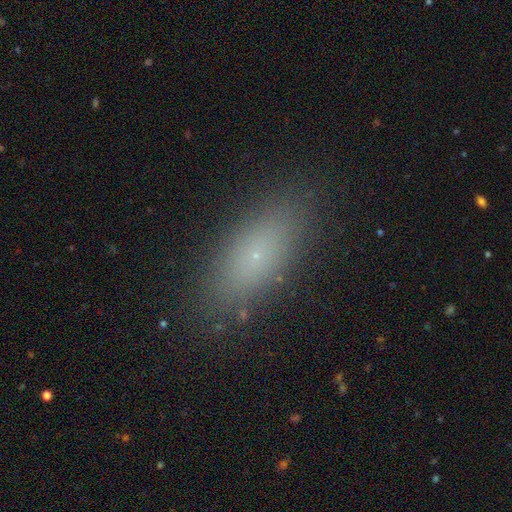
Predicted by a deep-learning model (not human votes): Smooth or featured? Predicted: smooth (p=0.69). How rounded? Predicted: in between (p=0.70). Merging? Predicted: none (p=0.86).